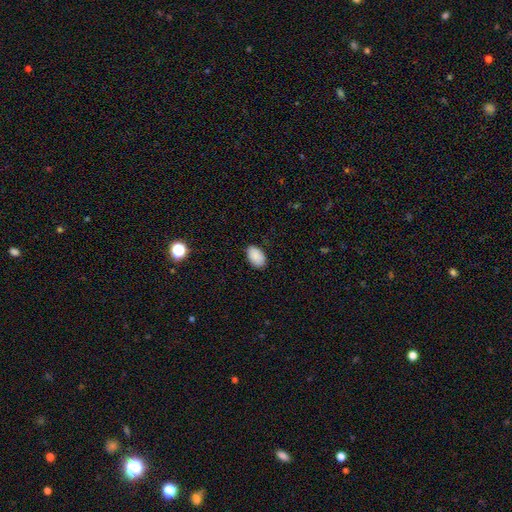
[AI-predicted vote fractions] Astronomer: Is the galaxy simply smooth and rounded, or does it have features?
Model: smooth — 89%.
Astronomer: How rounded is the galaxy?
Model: in between — 92%.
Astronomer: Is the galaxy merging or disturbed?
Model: none — 85%.